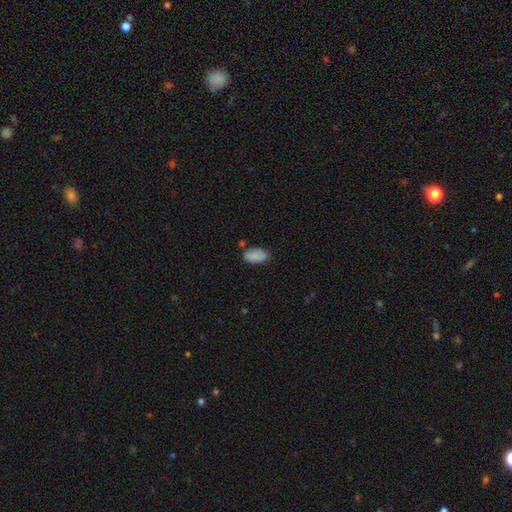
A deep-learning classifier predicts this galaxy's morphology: Smooth or featured: smooth — 87% (star or artifact — 7%)
How rounded: in between — 94% (round — 4%)
Merging: none — 75% (minor disturbance — 16%)